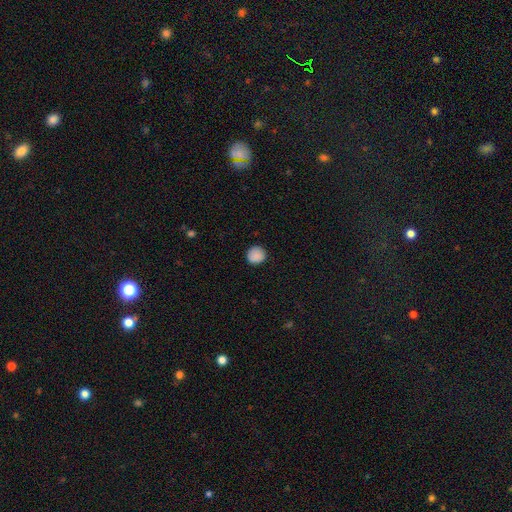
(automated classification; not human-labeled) smooth_or_featured: smooth (p=0.88) [alt: star or artifact p=0.09]
how_rounded: round (p=0.92) [alt: in between p=0.07]
merging: none (p=0.87) [alt: minor disturbance p=0.09]